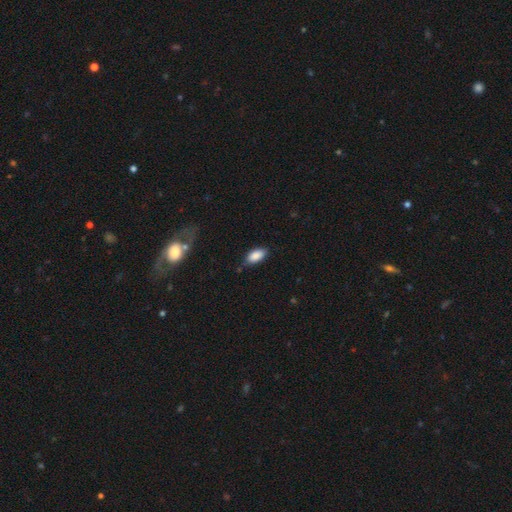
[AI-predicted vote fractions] A smooth galaxy with no disk features (87%) that is in between round and cigar-shaped (91%). Merging: none (80%).